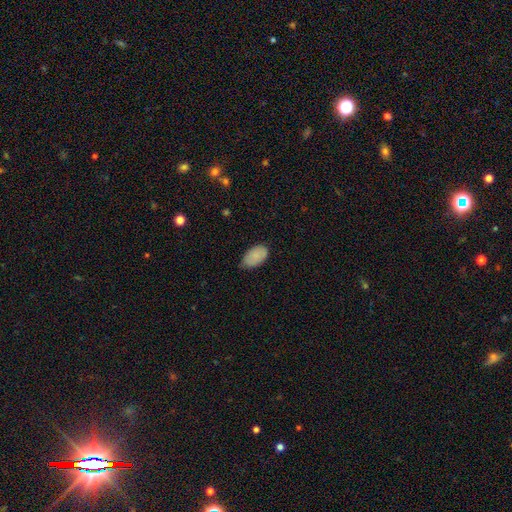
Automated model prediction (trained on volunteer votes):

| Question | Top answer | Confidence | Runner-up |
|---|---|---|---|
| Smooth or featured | smooth | 85% | featured or disk (8%) |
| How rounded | in between | 94% | round (5%) |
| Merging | none | 63% | minor disturbance (32%) |